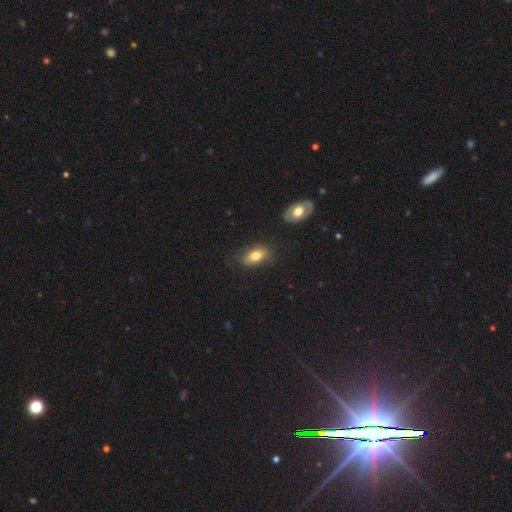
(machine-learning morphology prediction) smooth-or-featured: smooth: 76% | featured or disk: 16% | star or artifact: 8%
  how-rounded: in between: 89% | round: 8% | cigar-shaped: 3%
  merging: none: 75% | minor disturbance: 17% | major disturbance: 5% | merger: 3%